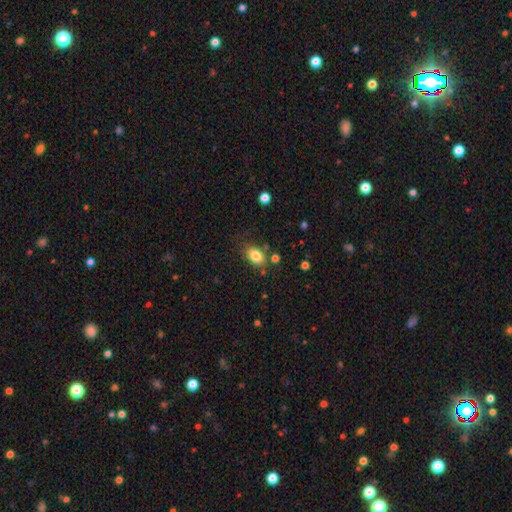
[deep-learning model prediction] Smooth or featured?
  - smooth: 83% *
  - star or artifact: 9%
  - featured or disk: 8%
How rounded?
  - in between: 85% *
  - round: 14%
  - cigar-shaped: 2%
Merging?
  - none: 77% *
  - minor disturbance: 14%
  - merger: 5%
  - major disturbance: 4%